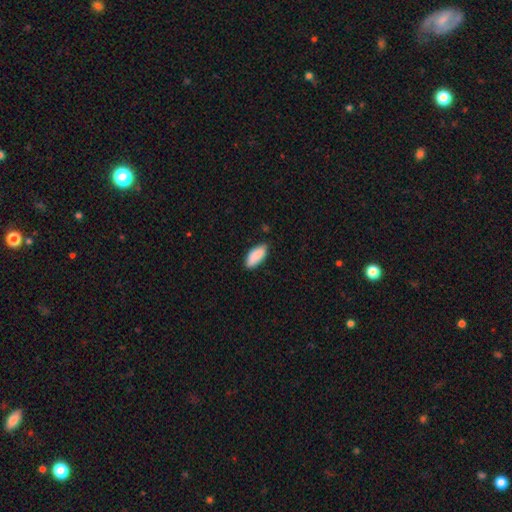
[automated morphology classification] A smooth galaxy with no disk features (89%) that is in between round and cigar-shaped (88%). Merging: none (79%).